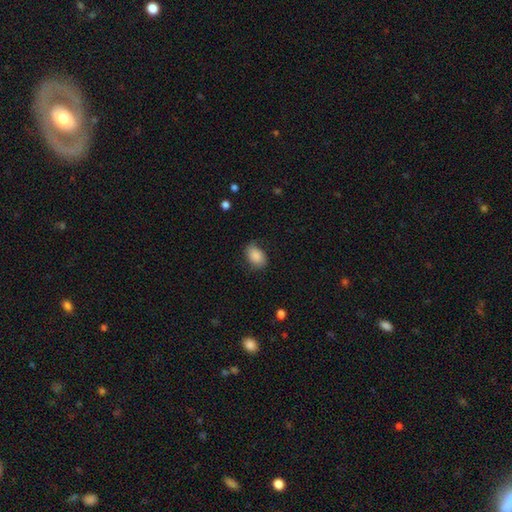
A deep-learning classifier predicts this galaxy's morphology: type=smooth (82%); roundness=in between (80%); merging=none (65%).